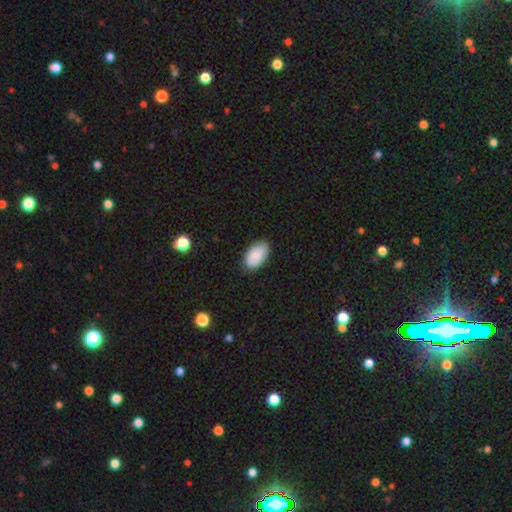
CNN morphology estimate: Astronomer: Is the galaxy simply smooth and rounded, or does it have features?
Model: smooth — 88%.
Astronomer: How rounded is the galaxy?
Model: in between — 95%.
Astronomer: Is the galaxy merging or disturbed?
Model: none — 83%.